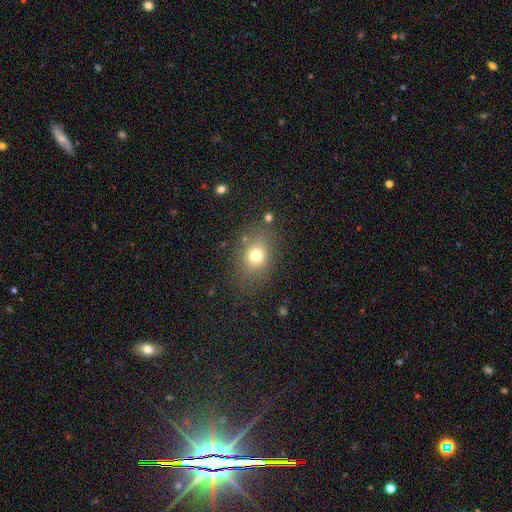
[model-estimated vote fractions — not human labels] Smooth or featured? Predicted: smooth (p=0.73). How rounded? Predicted: round (p=0.54). Merging? Predicted: none (p=0.78).